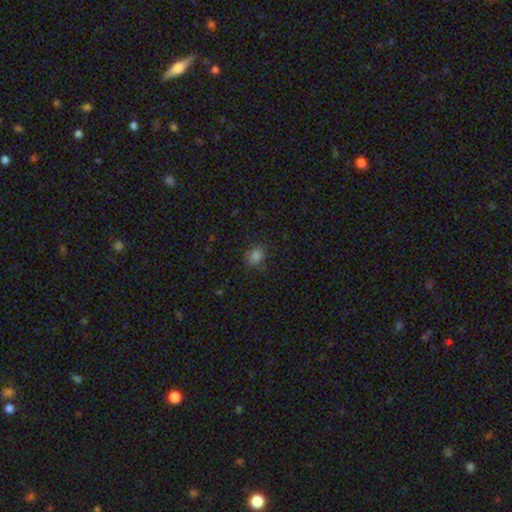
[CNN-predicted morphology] A smooth galaxy with no disk features (79%) that is in between round and cigar-shaped (53%).

Vote fractions:
- Smooth or featured? smooth: 79% / star or artifact: 16% / featured or disk: 5%
- How rounded? in between: 53% / round: 45% / cigar-shaped: 1%
- Merging? none: 76% / minor disturbance: 18% / major disturbance: 5% / merger: 2%